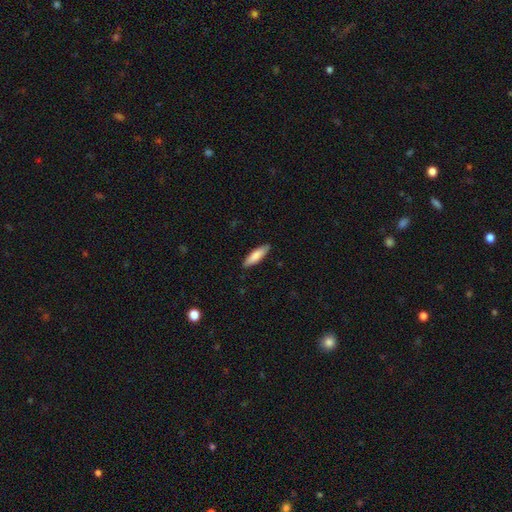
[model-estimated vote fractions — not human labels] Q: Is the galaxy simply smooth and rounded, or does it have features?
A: smooth — 82%.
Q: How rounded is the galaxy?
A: cigar-shaped — 60%.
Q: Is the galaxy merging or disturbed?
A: none — 88%.